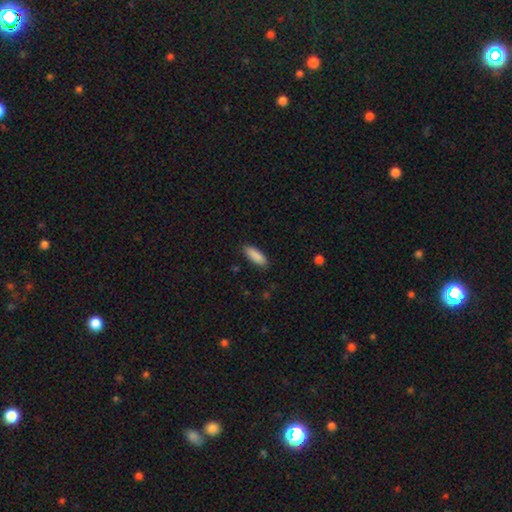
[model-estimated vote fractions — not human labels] Smooth or featured? smooth (89%)
How rounded? in between (59%)
Merging? none (87%)